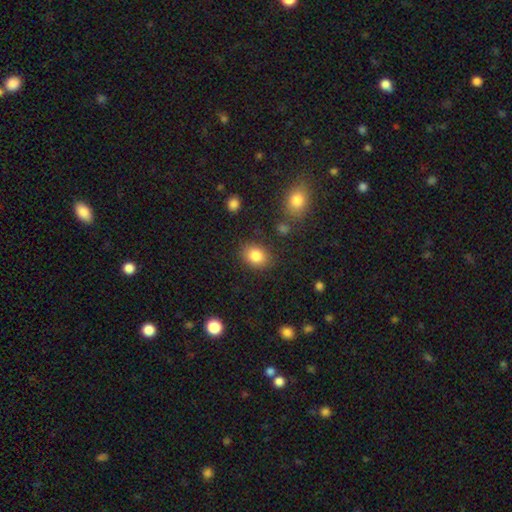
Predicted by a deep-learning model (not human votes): The model was most divided on "how rounded": in between: 60%, round: 39%, cigar-shaped: 1%. More confident: smooth or featured — smooth (84%); merging — none (83%).